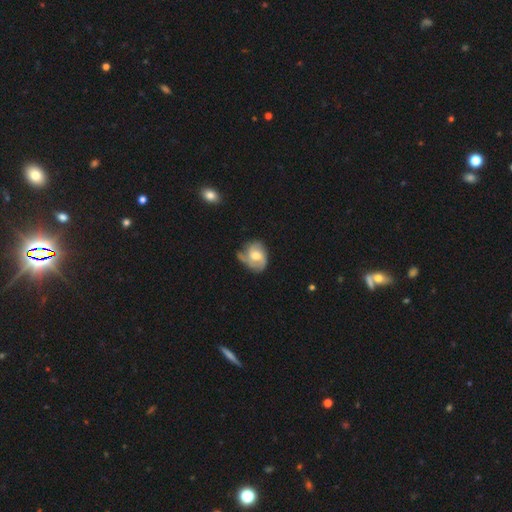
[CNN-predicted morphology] Q: Smooth or featured?
A: featured or disk (63%); runner-up: smooth (31%)
Q: Edge-on disk?
A: no (97%); runner-up: yes (3%)
Q: Bar?
A: no (61%); runner-up: weak (33%)
Q: Spiral arms?
A: yes (85%); runner-up: no (15%)
Q: Spiral winding?
A: medium (42%); runner-up: tight (35%)
Q: Spiral arm count?
A: 2 (36%); runner-up: 3 (26%)
Q: Bulge size?
A: moderate (65%); runner-up: small (18%)
Q: Merging?
A: none (45%); runner-up: minor disturbance (32%)